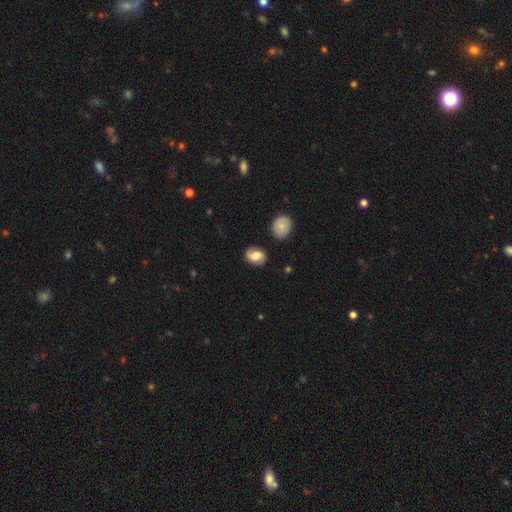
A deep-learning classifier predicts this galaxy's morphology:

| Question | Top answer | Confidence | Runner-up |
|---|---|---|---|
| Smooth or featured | smooth | 51% | featured or disk (41%) |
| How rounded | in between | 65% | round (33%) |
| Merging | none | 79% | minor disturbance (14%) |